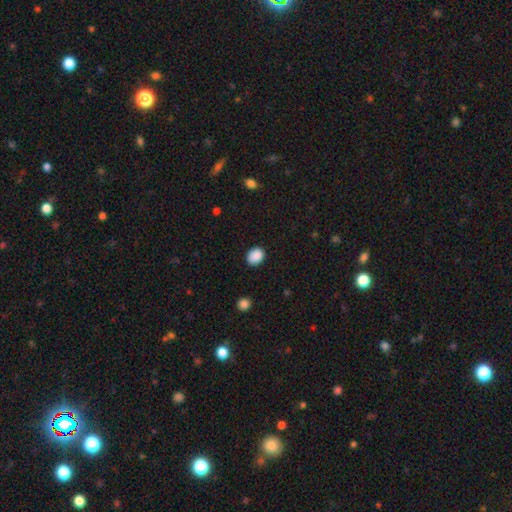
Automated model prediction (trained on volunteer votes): smooth-or-featured: smooth: 89% | star or artifact: 8% | featured or disk: 3%
  how-rounded: round: 50% | in between: 49% | cigar-shaped: 1%
  merging: none: 87% | minor disturbance: 10% | major disturbance: 2% | merger: 1%